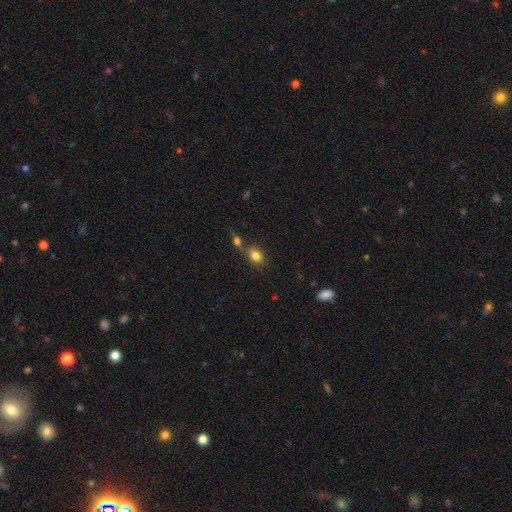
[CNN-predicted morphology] Q: Smooth or featured?
A: smooth (82%); runner-up: star or artifact (9%)
Q: How rounded?
A: in between (68%); runner-up: round (30%)
Q: Merging?
A: none (49%); runner-up: merger (34%)